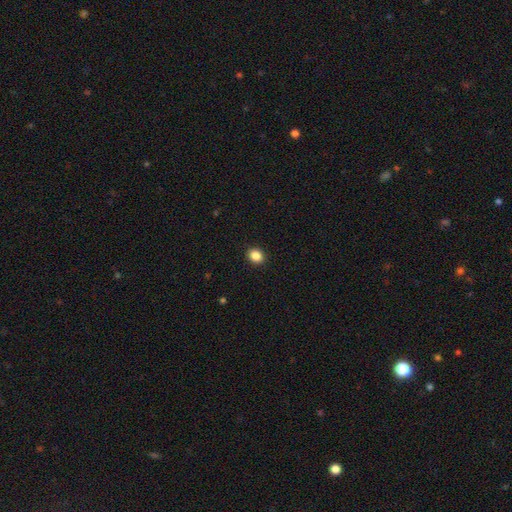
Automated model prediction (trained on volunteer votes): This appears to be a smooth galaxy with no disk features (86%) that is round (66%). Merging: none (92%).